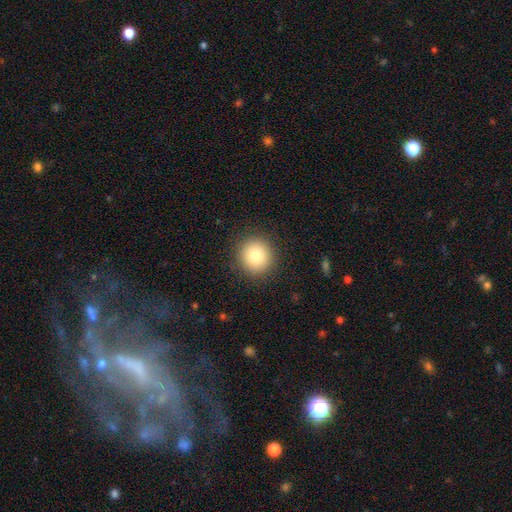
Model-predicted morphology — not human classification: Overall: smooth (81%). How rounded: round (91%). Merging: none (90%).